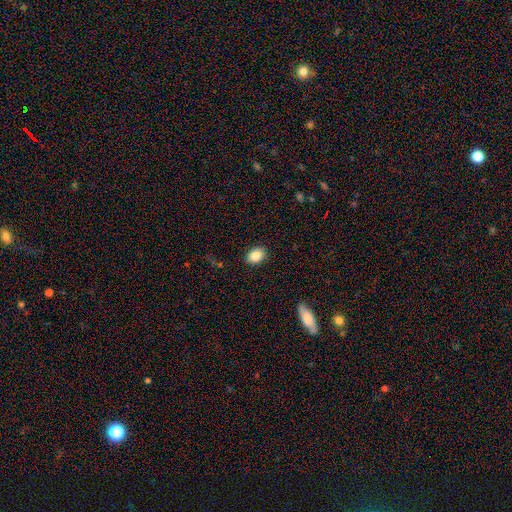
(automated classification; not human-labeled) smooth 85%, star or artifact 8%, featured or disk 6%. Down the decision tree: how rounded — in between (74%); merging — none (88%).